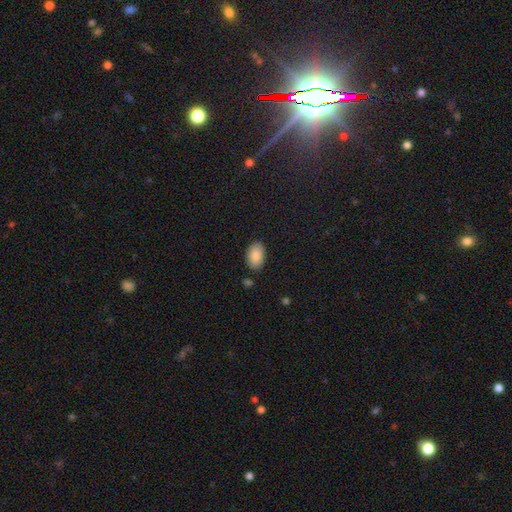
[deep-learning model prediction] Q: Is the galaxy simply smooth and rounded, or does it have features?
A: smooth — 89%.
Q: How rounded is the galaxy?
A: in between — 91%.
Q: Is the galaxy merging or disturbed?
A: none — 82%.